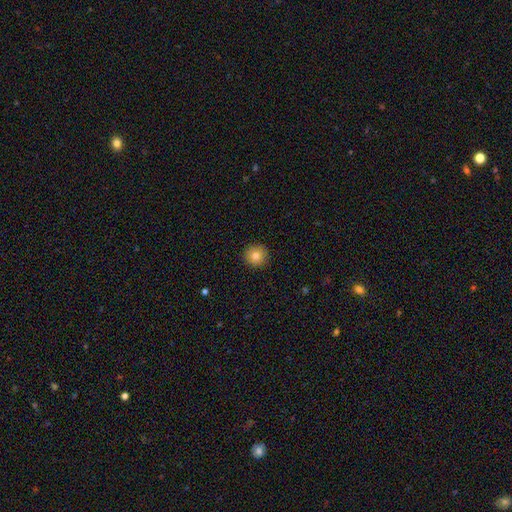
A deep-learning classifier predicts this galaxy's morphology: This is clearly a smooth galaxy (81%). How rounded: clearly round (94%). Merging: clearly none (92%).